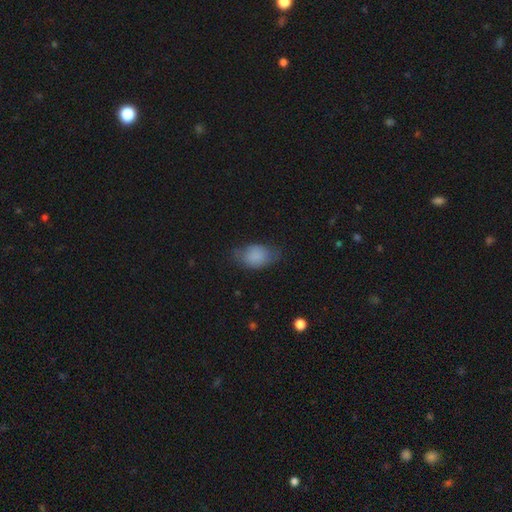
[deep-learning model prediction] The model was most divided on "merging": none: 59%, minor disturbance: 30%, major disturbance: 10%, merger: 1%. More confident: how rounded — in between (82%); smooth or featured — smooth (82%).